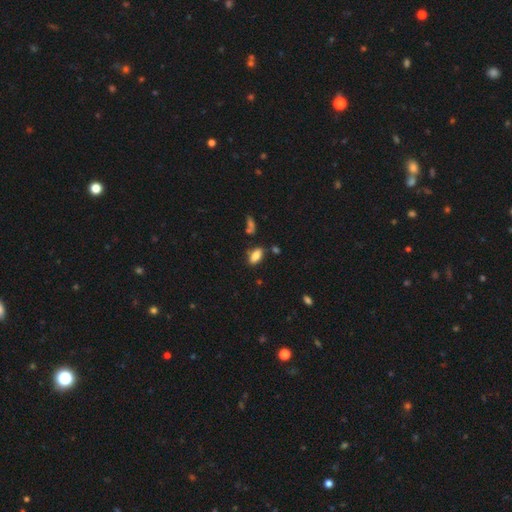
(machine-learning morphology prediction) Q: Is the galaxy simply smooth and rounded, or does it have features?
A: smooth — 84%.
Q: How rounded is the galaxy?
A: in between — 89%.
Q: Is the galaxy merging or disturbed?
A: none — 79%.